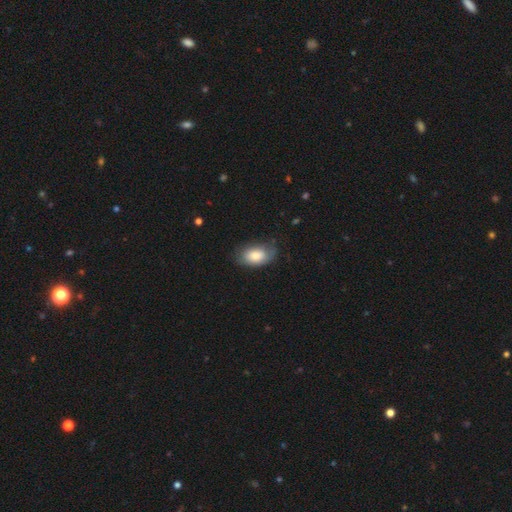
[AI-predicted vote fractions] smooth 79%, featured or disk 15%, star or artifact 6%. Down the decision tree: how rounded — in between (92%); merging — none (65%).